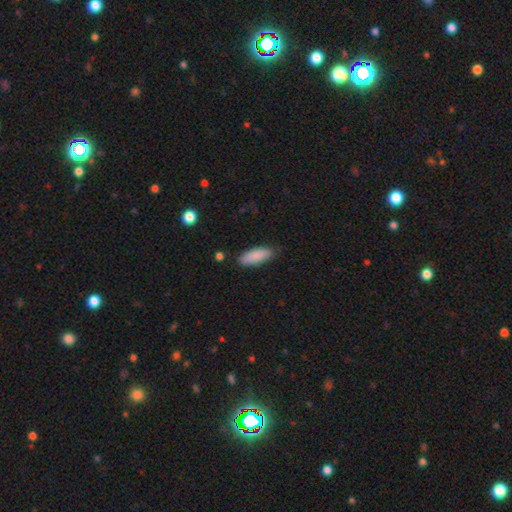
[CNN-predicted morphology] A smooth galaxy with no disk features (88%) that is in between round and cigar-shaped (72%).

Vote fractions:
- Smooth or featured? smooth: 88% / featured or disk: 6% / star or artifact: 6%
- How rounded? in between: 72% / cigar-shaped: 26% / round: 2%
- Merging? none: 79% / minor disturbance: 16% / major disturbance: 3% / merger: 2%